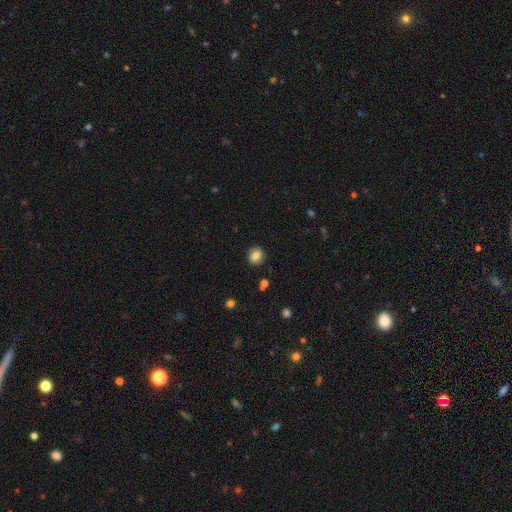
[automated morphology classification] Smooth or featured?
  - smooth: 82% *
  - star or artifact: 10%
  - featured or disk: 8%
How rounded?
  - round: 82% *
  - in between: 17%
  - cigar-shaped: 1%
Merging?
  - none: 89% *
  - minor disturbance: 7%
  - major disturbance: 2%
  - merger: 1%